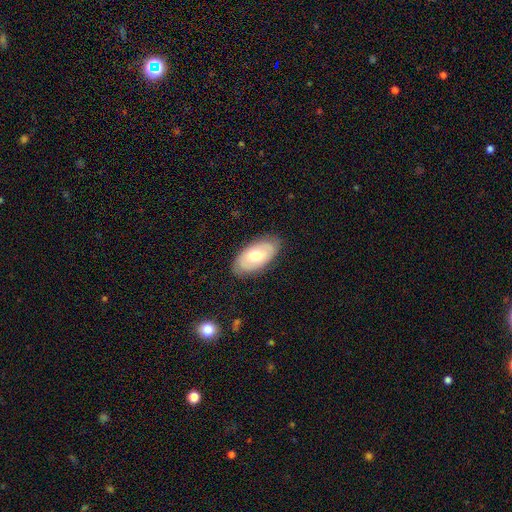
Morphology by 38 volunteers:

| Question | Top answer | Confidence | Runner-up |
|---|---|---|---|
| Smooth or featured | smooth | 50% | featured or disk (45%) |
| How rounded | in between | 89% | round (11%) |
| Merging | none | 86% | major disturbance (8%) |